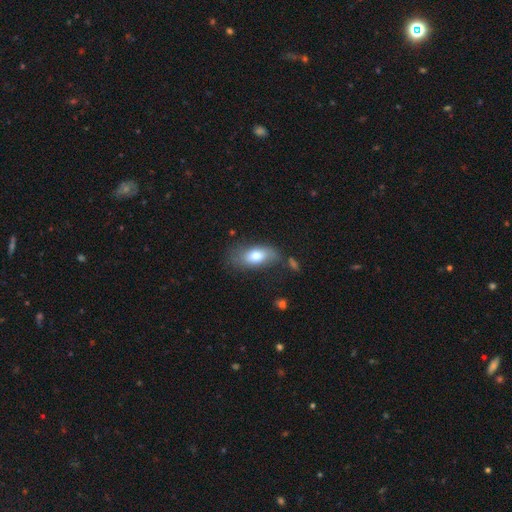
This appears to be a smooth galaxy with no disk features (78%) that is in between round and cigar-shaped (100%). Merging: none (76%).